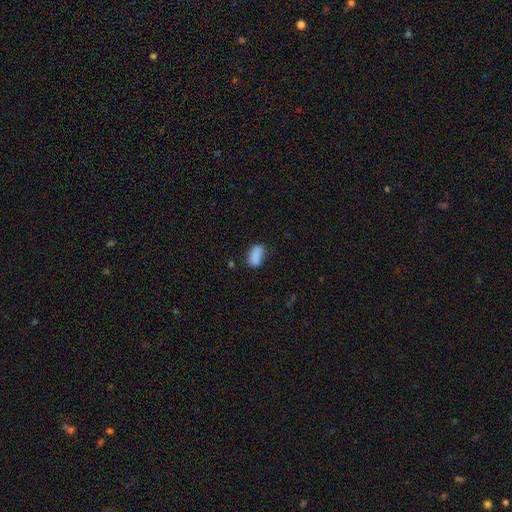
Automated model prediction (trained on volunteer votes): The model was most divided on "merging": none: 63%, minor disturbance: 26%, major disturbance: 7%, merger: 4%. More confident: how rounded — in between (91%); smooth or featured — smooth (85%).